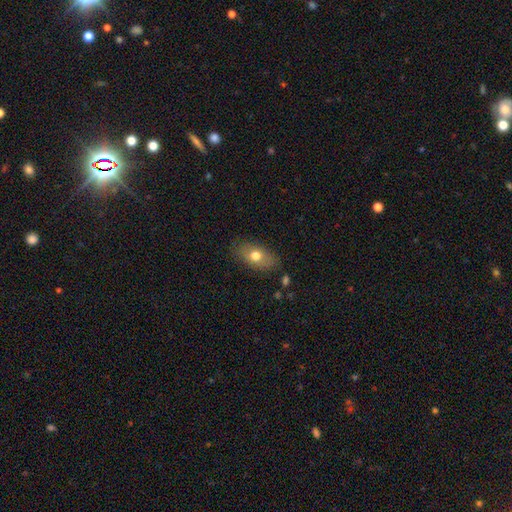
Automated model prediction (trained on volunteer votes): This is likely a smooth galaxy (70%). How rounded: clearly in between (85%). Merging: clearly none (81%).